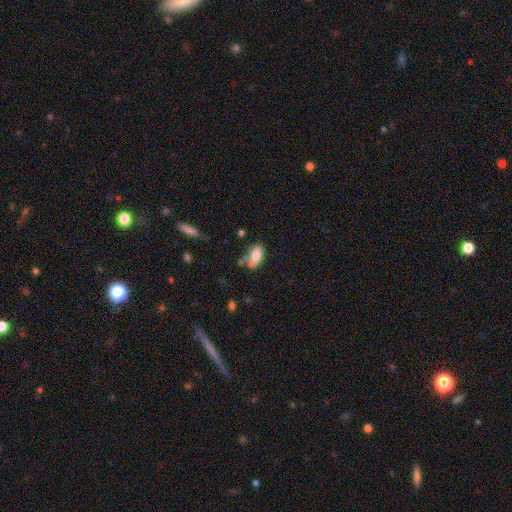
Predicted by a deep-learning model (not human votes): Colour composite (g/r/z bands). It shows a smooth galaxy with no disk features (77%) that is in between round and cigar-shaped (89%). Merging: none (47%).